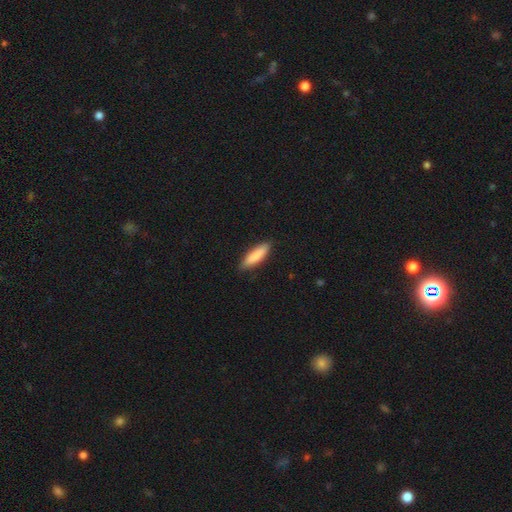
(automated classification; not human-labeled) Smooth or featured? Predicted: smooth (p=0.86). How rounded? Predicted: cigar-shaped (p=0.61). Merging? Predicted: none (p=0.87).